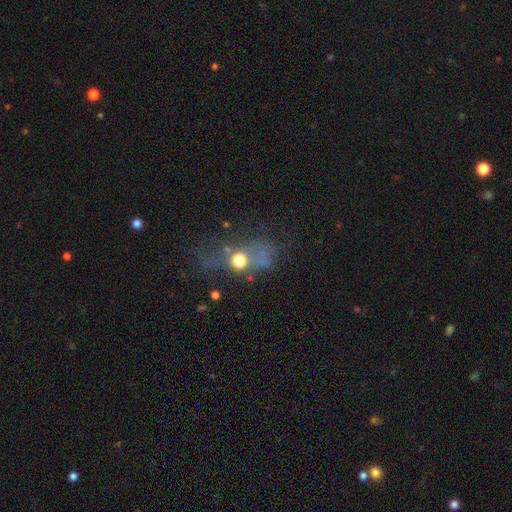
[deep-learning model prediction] Q: Smooth or featured?
A: featured or disk (35%); runner-up: smooth (34%)
Q: Merging?
A: none (42%); runner-up: major disturbance (28%)